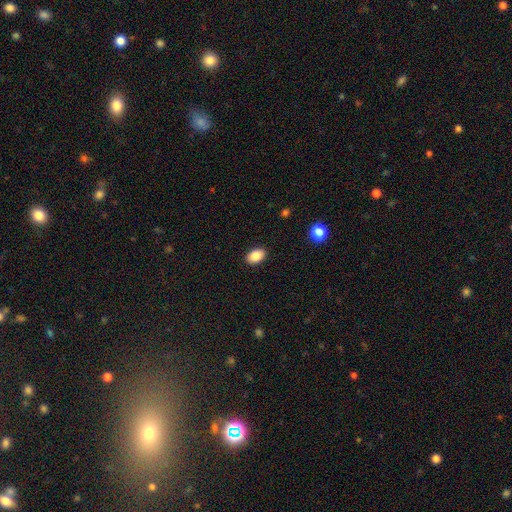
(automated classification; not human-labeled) Smooth or featured? smooth (88%)
How rounded? in between (86%)
Merging? none (90%)